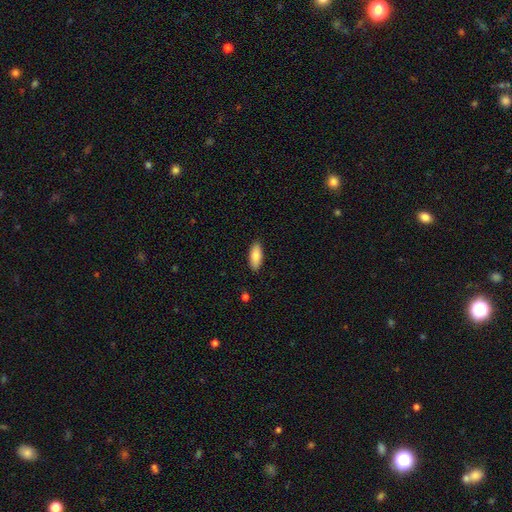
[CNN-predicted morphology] Smooth or featured: smooth — 88% (featured or disk — 6%)
How rounded: in between — 78% (cigar-shaped — 21%)
Merging: none — 89% (minor disturbance — 8%)